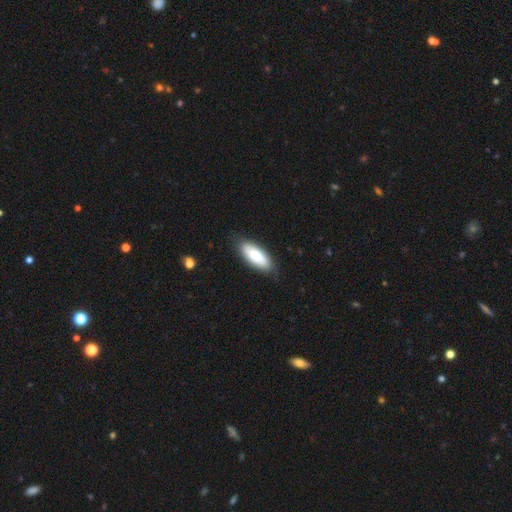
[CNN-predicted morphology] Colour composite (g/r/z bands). It shows a smooth galaxy with no disk features (83%) that is in between round and cigar-shaped (74%). Merging: none (83%).